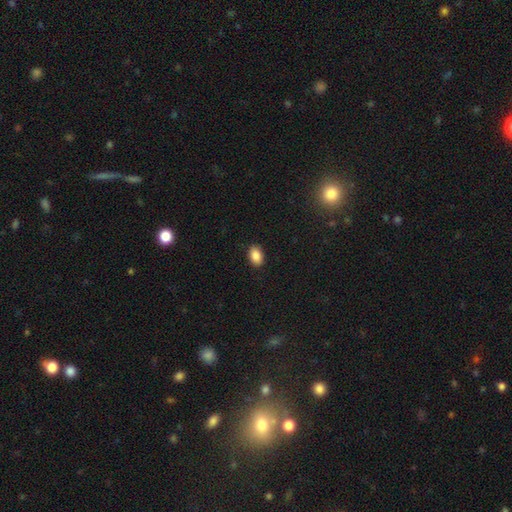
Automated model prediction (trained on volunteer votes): This appears to be a smooth galaxy with no disk features (88%) that is in between round and cigar-shaped (86%). Merging: none (89%).